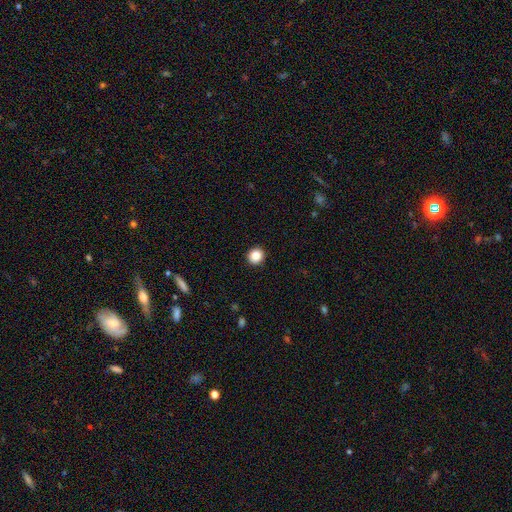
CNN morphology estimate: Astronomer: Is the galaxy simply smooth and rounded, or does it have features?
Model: smooth — 87%.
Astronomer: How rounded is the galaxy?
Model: round — 91%.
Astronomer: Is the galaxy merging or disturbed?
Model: none — 92%.